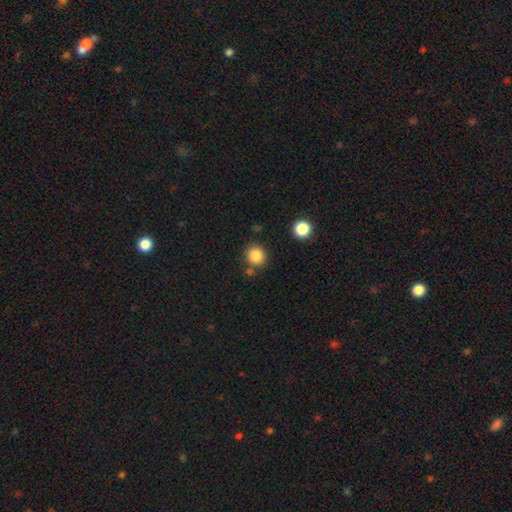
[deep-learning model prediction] smooth_or_featured: smooth (p=0.85) [alt: star or artifact p=0.10]
how_rounded: round (p=0.85) [alt: in between p=0.14]
merging: none (p=0.80) [alt: minor disturbance p=0.10]